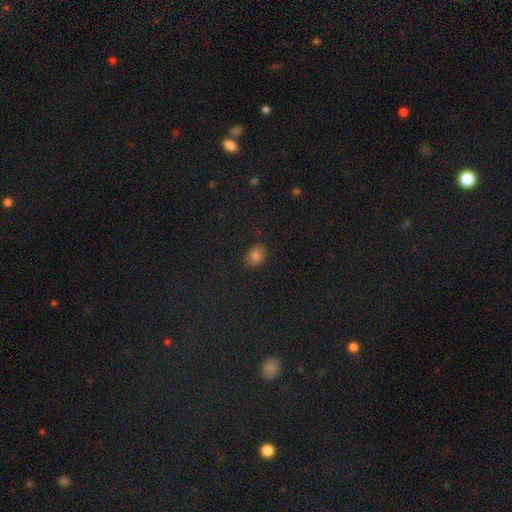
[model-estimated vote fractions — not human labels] Smooth or featured? smooth (80%)
How rounded? in between (62%)
Merging? none (86%)